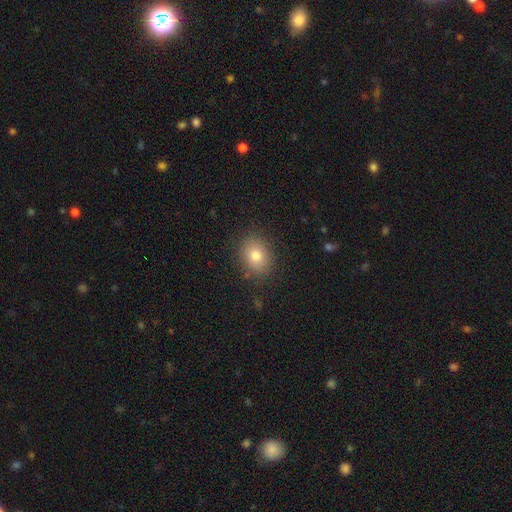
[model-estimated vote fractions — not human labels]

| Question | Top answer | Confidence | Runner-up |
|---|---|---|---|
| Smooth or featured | smooth | 78% | star or artifact (11%) |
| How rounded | in between | 51% | round (48%) |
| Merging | none | 87% | minor disturbance (9%) |